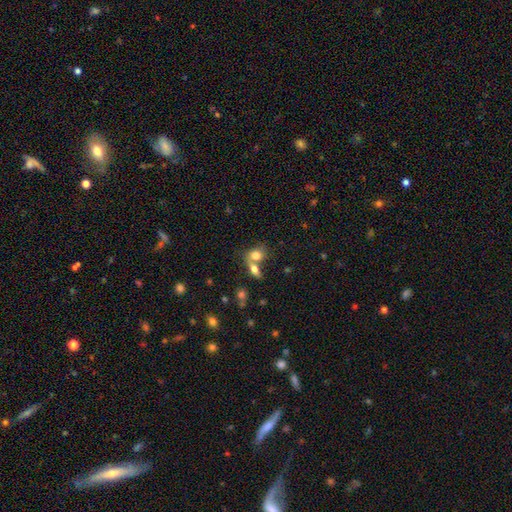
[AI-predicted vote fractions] The model was most divided on "how rounded": in between: 58%, round: 40%, cigar-shaped: 2%. More confident: smooth or featured — smooth (77%); merging — merger (53%).